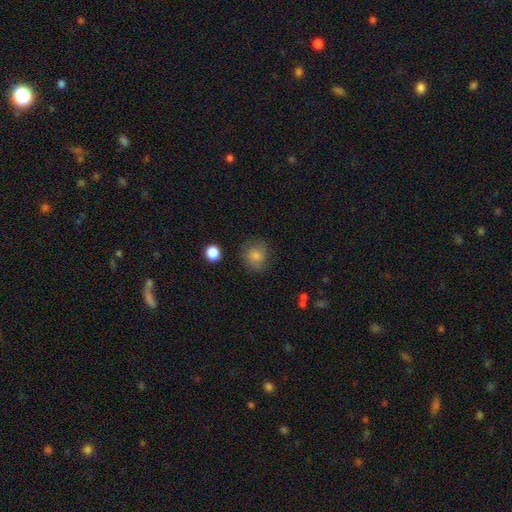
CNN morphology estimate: smooth 78%, featured or disk 12%, star or artifact 10%. Down the decision tree: how rounded — round (80%); merging — none (76%).